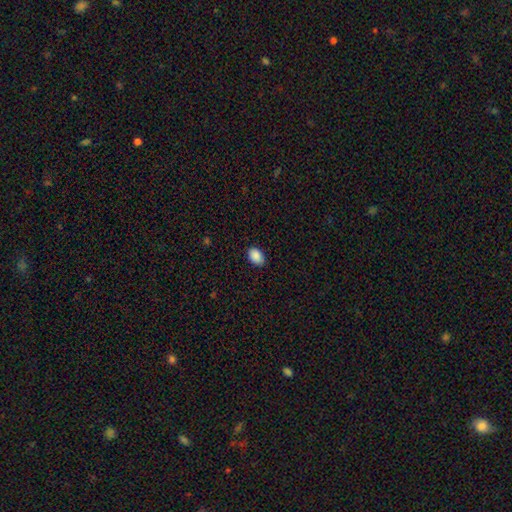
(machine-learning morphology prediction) Smooth or featured? Predicted: smooth (p=0.89). How rounded? Predicted: in between (p=0.85). Merging? Predicted: none (p=0.86).